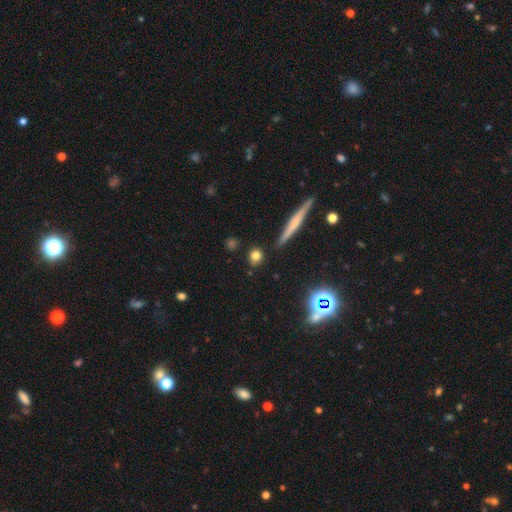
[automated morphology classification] smooth 78%, star or artifact 12%, featured or disk 10%. Down the decision tree: how rounded — round (73%); merging — none (84%).